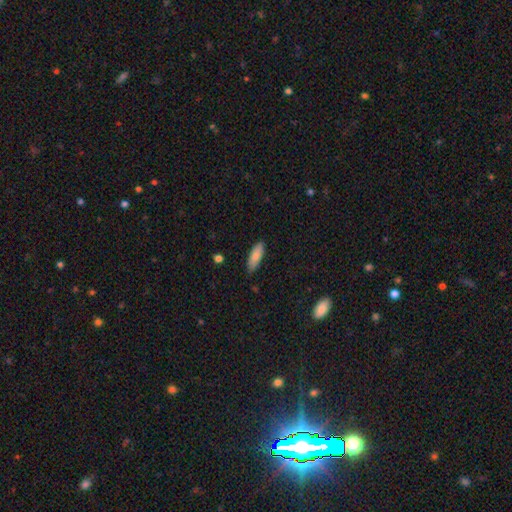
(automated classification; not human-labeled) Q: Smooth or featured?
A: smooth (84%); runner-up: featured or disk (10%)
Q: How rounded?
A: in between (56%); runner-up: cigar-shaped (42%)
Q: Merging?
A: none (83%); runner-up: minor disturbance (13%)